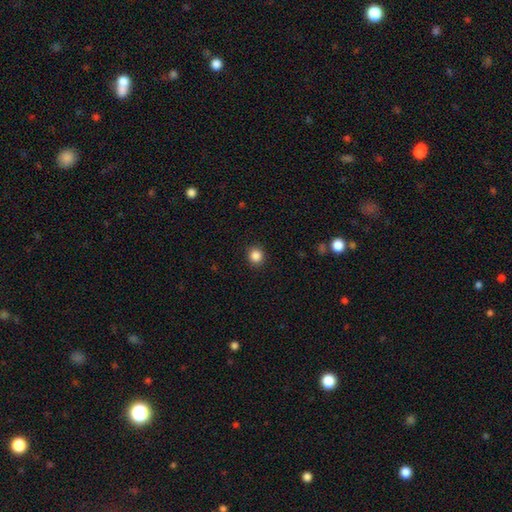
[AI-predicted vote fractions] smooth_or_featured: smooth (p=0.86) [alt: star or artifact p=0.11]
how_rounded: round (p=0.91) [alt: in between p=0.09]
merging: none (p=0.92) [alt: minor disturbance p=0.05]